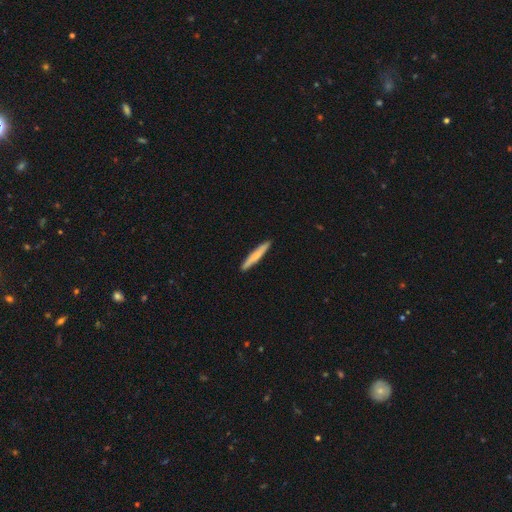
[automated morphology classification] A smooth galaxy with no disk features (63%) that is cigar-shaped (94%). Merging: none (91%).